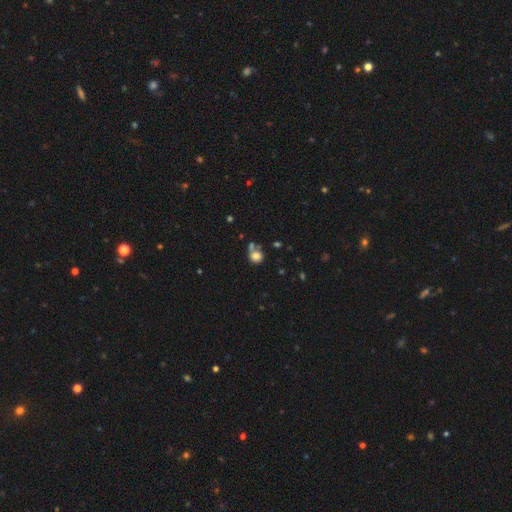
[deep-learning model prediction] smooth_or_featured: smooth (p=0.76) [alt: featured or disk p=0.13]
how_rounded: round (p=0.77) [alt: in between p=0.22]
merging: none (p=0.43) [alt: merger p=0.32]